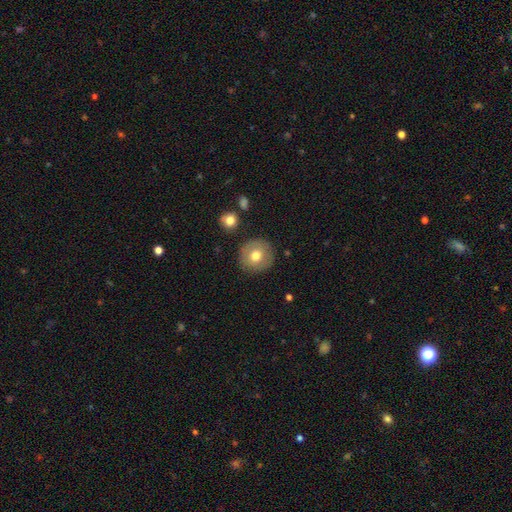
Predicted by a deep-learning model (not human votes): Q: Smooth or featured?
A: smooth (72%); runner-up: featured or disk (20%)
Q: How rounded?
A: round (92%); runner-up: in between (7%)
Q: Merging?
A: none (87%); runner-up: minor disturbance (8%)